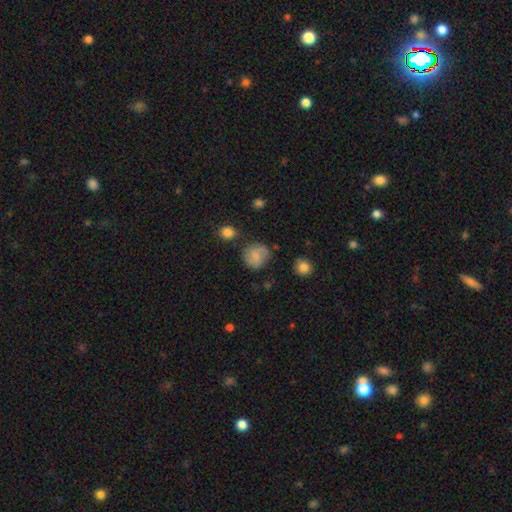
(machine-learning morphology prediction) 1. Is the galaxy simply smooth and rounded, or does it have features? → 73% smooth, 18% featured or disk, 9% star or artifact.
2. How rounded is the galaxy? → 83% round, 16% in between, 1% cigar-shaped.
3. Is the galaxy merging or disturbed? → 72% none, 18% minor disturbance, 6% major disturbance, 4% merger.